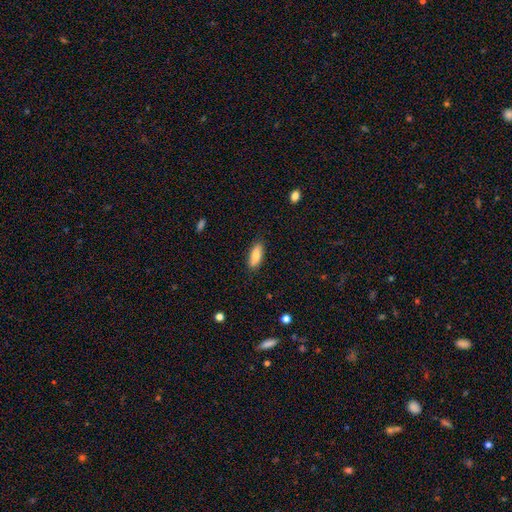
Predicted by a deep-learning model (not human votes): A smooth galaxy with no disk features (82%) that is in between round and cigar-shaped (76%). Merging: none (83%).